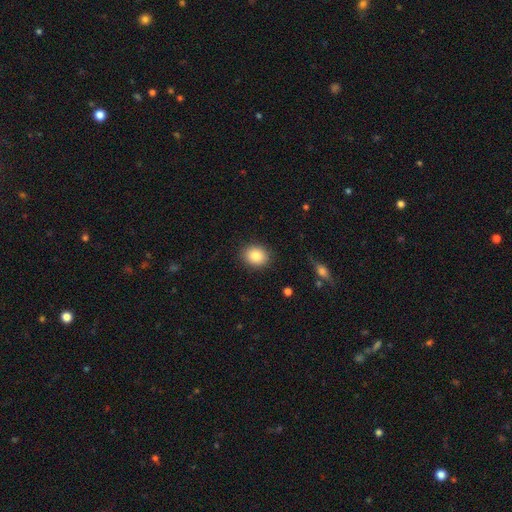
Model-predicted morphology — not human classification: The model was most divided on "how rounded": round: 57%, in between: 42%, cigar-shaped: 1%. More confident: merging — none (88%); smooth or featured — smooth (85%).